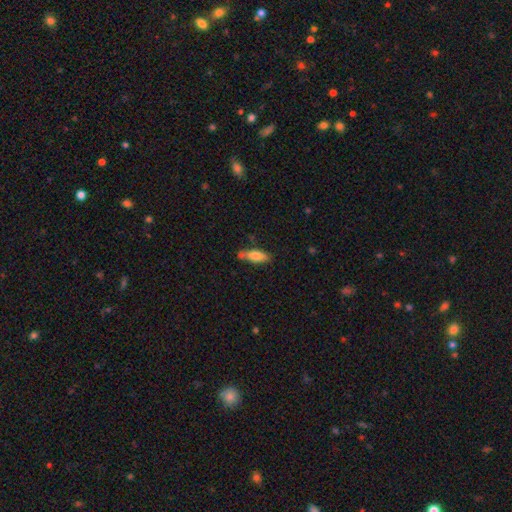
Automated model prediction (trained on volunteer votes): smooth-or-featured: smooth: 71% | featured or disk: 23% | star or artifact: 6%
  how-rounded: in between: 51% | cigar-shaped: 47% | round: 2%
  merging: none: 67% | minor disturbance: 20% | merger: 8% | major disturbance: 4%